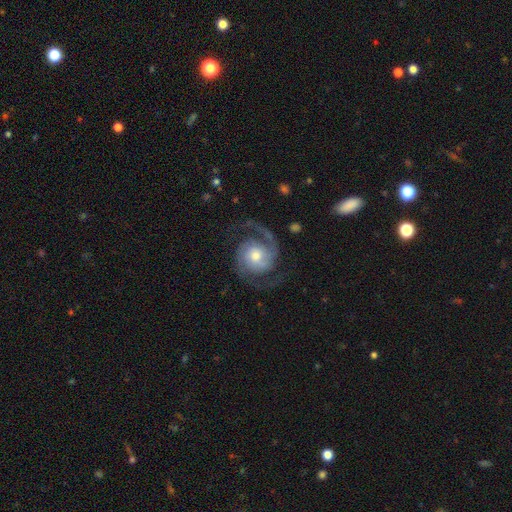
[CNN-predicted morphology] The model was most divided on "spiral winding": medium: 53%, tight: 28%, loose: 19%. More confident: edge-on disk — no (98%); spiral arms — yes (98%); spiral arm count — 2 (92%); smooth or featured — featured or disk (91%); merging — none (78%); bar — no (70%); bulge size — moderate (58%).